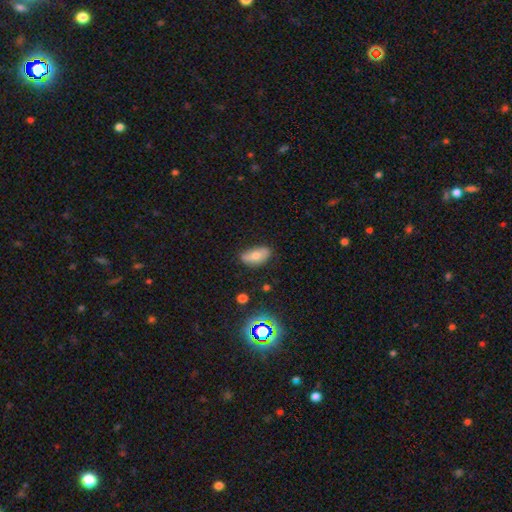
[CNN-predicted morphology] Q: Smooth or featured?
A: smooth (71%); runner-up: featured or disk (19%)
Q: How rounded?
A: in between (89%); runner-up: cigar-shaped (7%)
Q: Merging?
A: none (75%); runner-up: minor disturbance (19%)